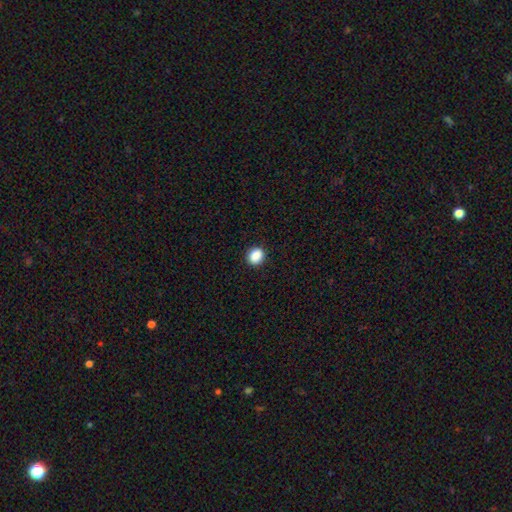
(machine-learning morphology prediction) Smooth or featured? smooth (89%)
How rounded? round (66%)
Merging? none (91%)